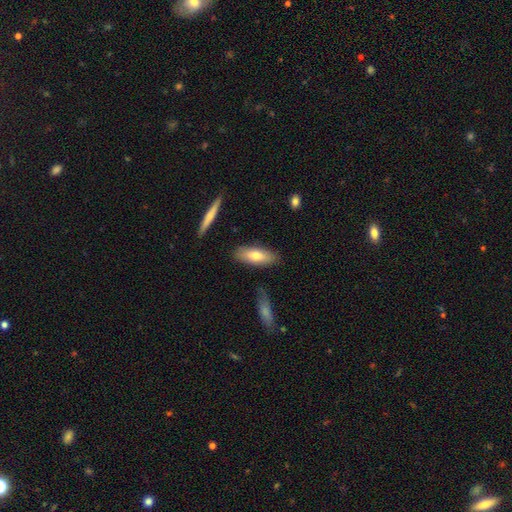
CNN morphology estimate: smooth-or-featured: smooth: 67% | featured or disk: 27% | star or artifact: 6%
  how-rounded: in between: 68% | cigar-shaped: 30% | round: 2%
  merging: none: 83% | minor disturbance: 12% | merger: 3% | major disturbance: 2%